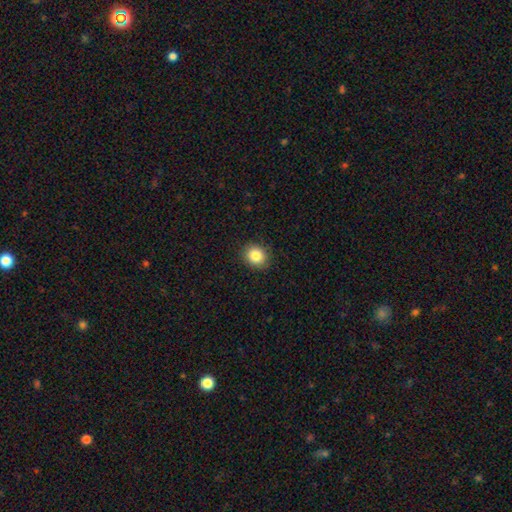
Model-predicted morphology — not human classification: smooth_or_featured: smooth (p=0.84) [alt: star or artifact p=0.09]
how_rounded: round (p=0.70) [alt: in between p=0.29]
merging: none (p=0.89) [alt: minor disturbance p=0.08]